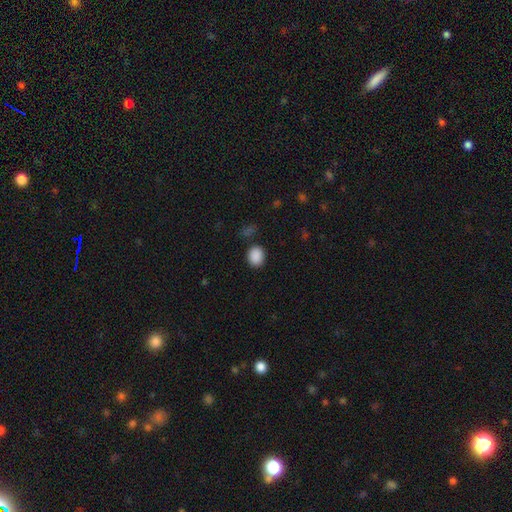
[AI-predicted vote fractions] Smooth or featured? Predicted: smooth (p=0.88). How rounded? Predicted: round (p=0.55). Merging? Predicted: none (p=0.84).